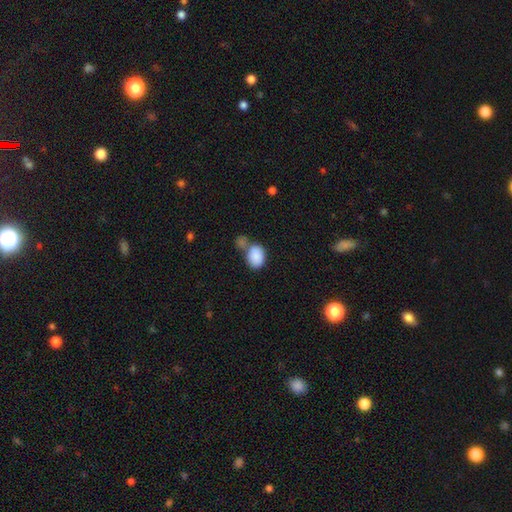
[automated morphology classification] Q: Smooth or featured?
A: smooth (87%); runner-up: star or artifact (7%)
Q: How rounded?
A: in between (75%); runner-up: round (24%)
Q: Merging?
A: none (41%); runner-up: merger (38%)